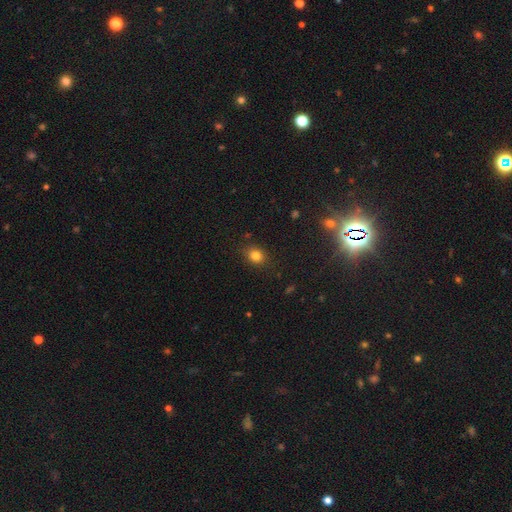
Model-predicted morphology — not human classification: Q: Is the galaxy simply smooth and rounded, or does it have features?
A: smooth — 81%.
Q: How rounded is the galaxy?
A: round — 58%.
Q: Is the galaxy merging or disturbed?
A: none — 85%.